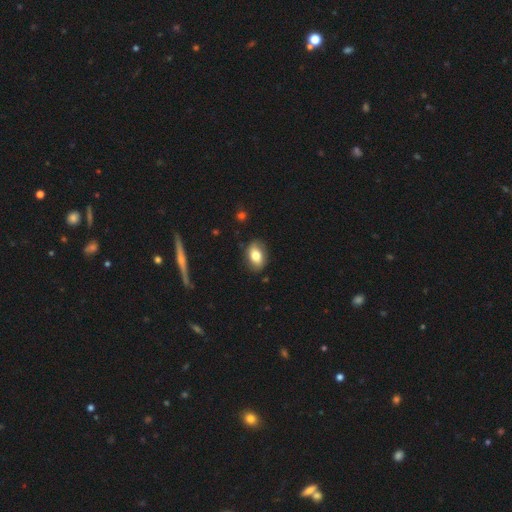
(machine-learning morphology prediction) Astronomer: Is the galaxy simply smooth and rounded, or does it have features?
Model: smooth — 74%.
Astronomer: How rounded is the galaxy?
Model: in between — 84%.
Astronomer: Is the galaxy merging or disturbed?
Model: none — 80%.